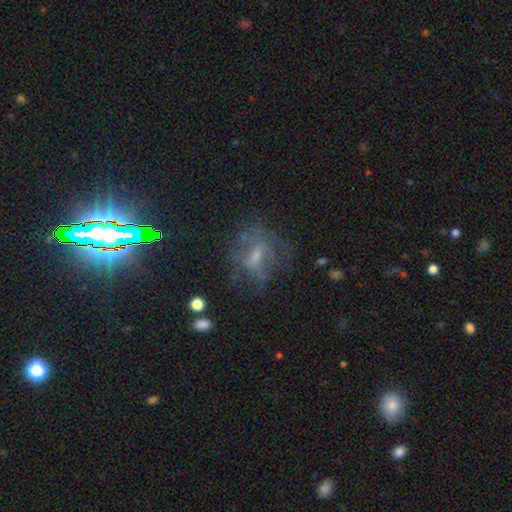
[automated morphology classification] A featured or disk galaxy (45%). Merging: none (55%).